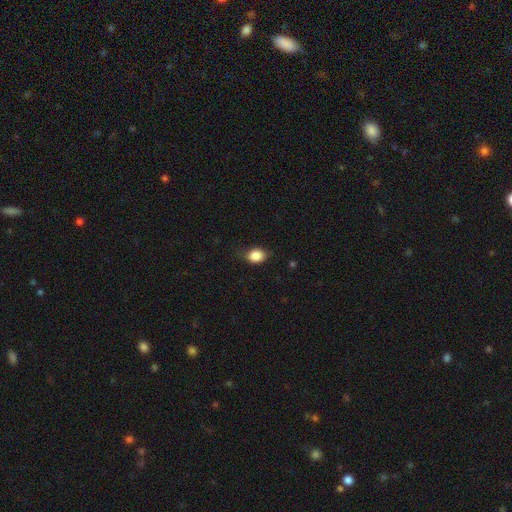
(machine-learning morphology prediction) This is clearly a smooth galaxy (86%). How rounded: possibly in between (59%). Merging: likely none (71%).